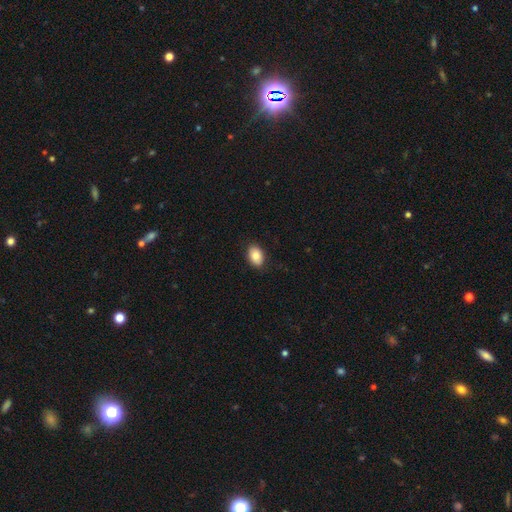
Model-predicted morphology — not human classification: Smooth or featured? smooth (83%)
How rounded? in between (84%)
Merging? none (88%)